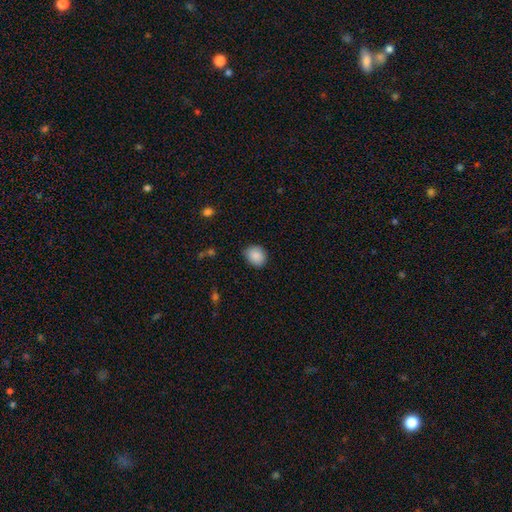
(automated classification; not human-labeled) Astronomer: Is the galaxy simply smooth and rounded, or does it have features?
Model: smooth — 88%.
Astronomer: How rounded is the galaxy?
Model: round — 55% (runner-up: in between, 44%).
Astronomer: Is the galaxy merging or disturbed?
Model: none — 81%.